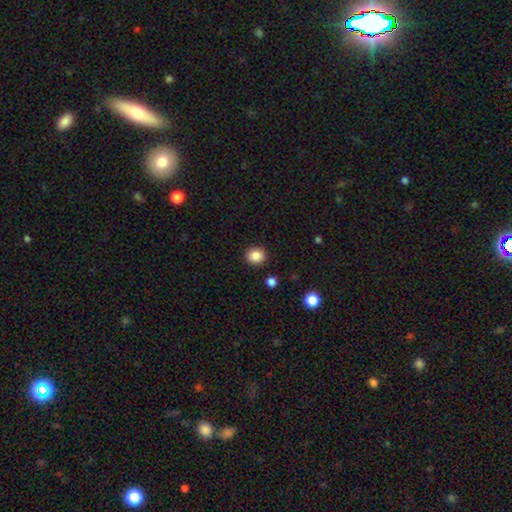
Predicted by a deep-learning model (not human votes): A smooth galaxy with no disk features (87%) that is round (80%). Merging: none (90%).